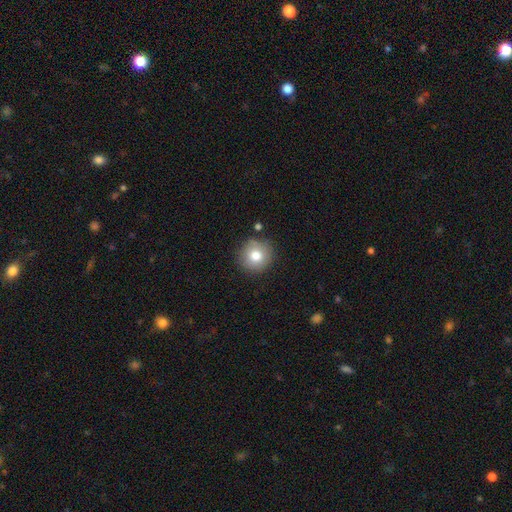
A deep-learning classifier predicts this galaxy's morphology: Smooth or featured? smooth (79%)
How rounded? round (93%)
Merging? none (83%)